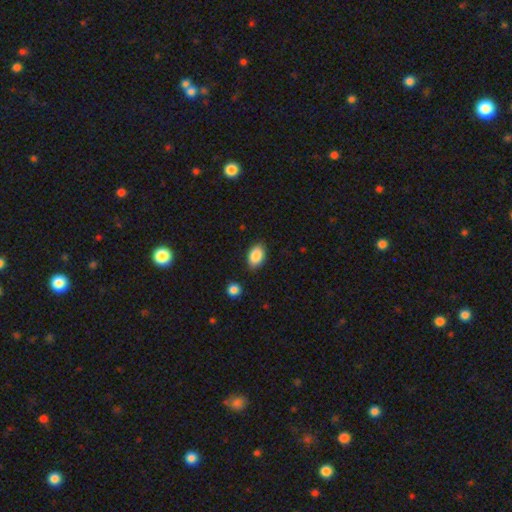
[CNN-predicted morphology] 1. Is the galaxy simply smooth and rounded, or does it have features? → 88% smooth, 7% star or artifact, 5% featured or disk.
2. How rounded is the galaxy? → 90% in between, 8% round, 2% cigar-shaped.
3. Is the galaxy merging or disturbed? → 85% none, 11% minor disturbance, 2% major disturbance, 2% merger.